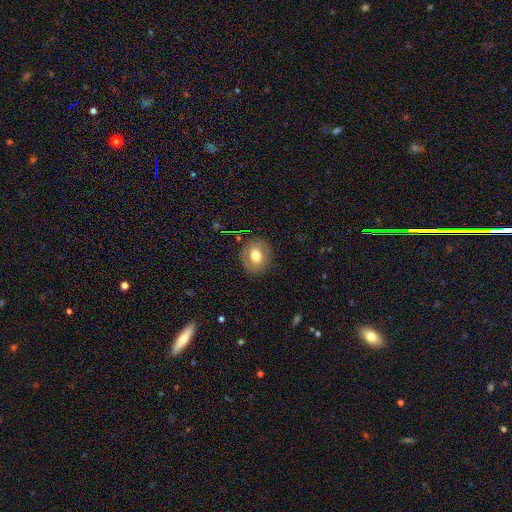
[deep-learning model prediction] A smooth galaxy with no disk features (67%) that is round (63%). Merging: none (86%).